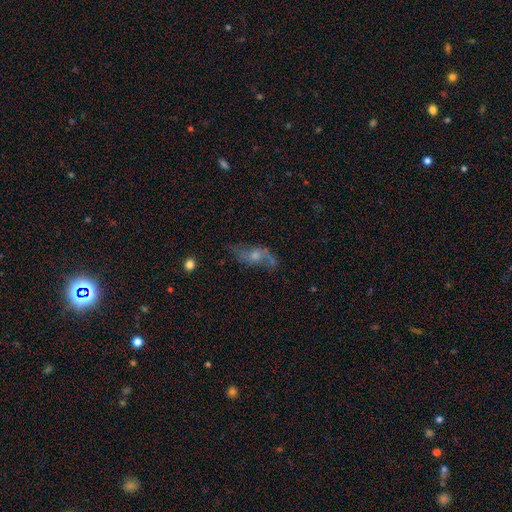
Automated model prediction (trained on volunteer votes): Smooth or featured? Predicted: featured or disk (p=0.59). Edge-on disk? Predicted: no (p=0.82). Merging? Predicted: none (p=0.53).